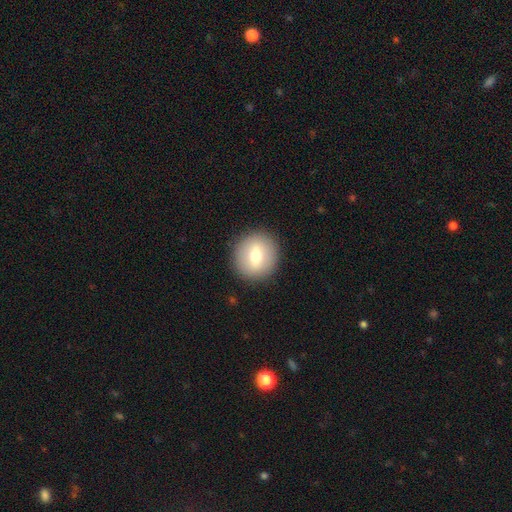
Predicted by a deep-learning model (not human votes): This appears to be a smooth galaxy with no disk features (65%) that is round (89%). Merging: none (90%).